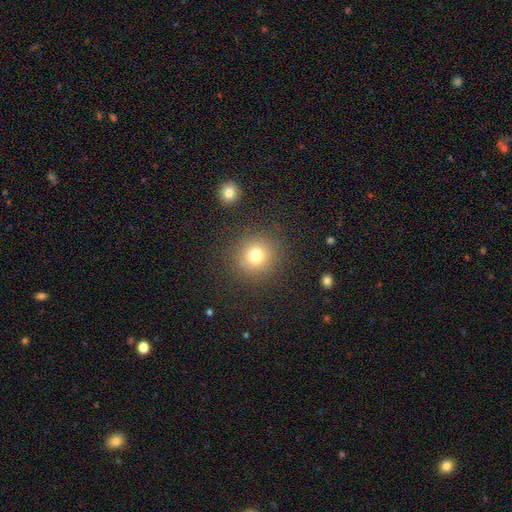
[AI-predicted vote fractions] Overall: smooth (75%). How rounded: round (92%). Merging: none (86%).